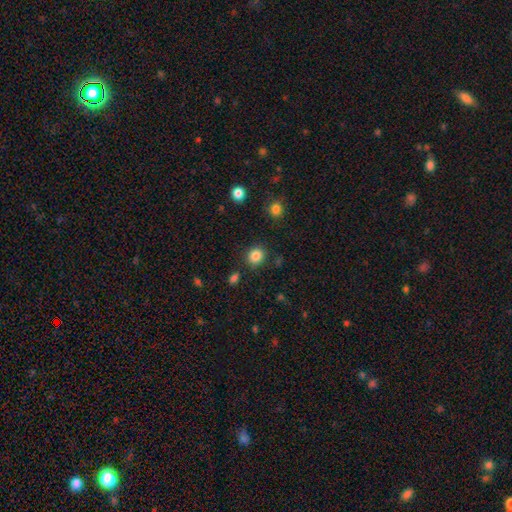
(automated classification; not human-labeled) This appears to be a smooth galaxy with no disk features (85%) that is round (77%). Merging: none (85%).